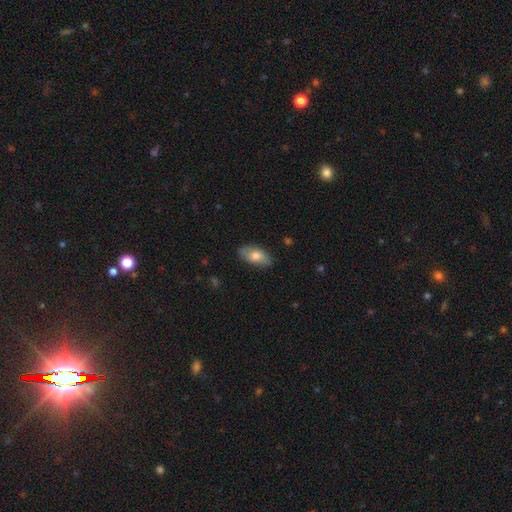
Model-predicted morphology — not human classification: smooth 72%, featured or disk 22%, star or artifact 6%. Down the decision tree: how rounded — in between (92%); merging — none (82%).